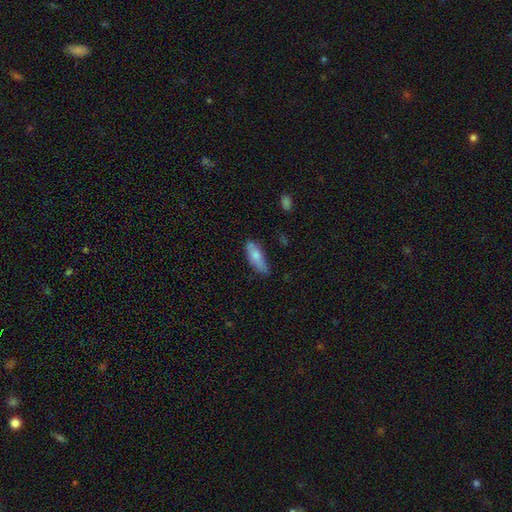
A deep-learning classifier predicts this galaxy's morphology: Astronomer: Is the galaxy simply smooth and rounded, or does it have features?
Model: smooth — 75%.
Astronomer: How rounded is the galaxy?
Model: in between — 59% (runner-up: cigar-shaped, 39%).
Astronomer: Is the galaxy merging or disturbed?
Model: none — 62%.